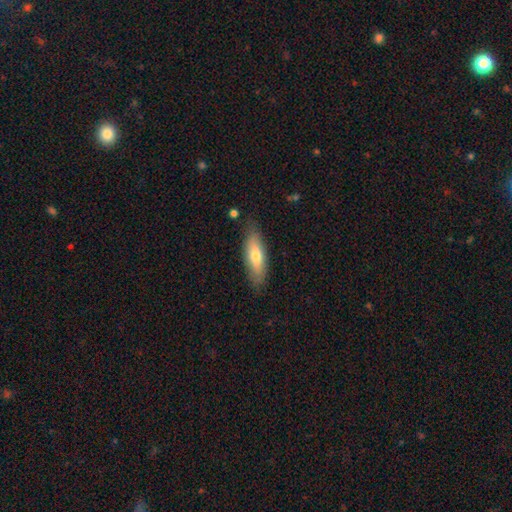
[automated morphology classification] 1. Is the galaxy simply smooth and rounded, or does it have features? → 67% smooth, 27% featured or disk, 6% star or artifact.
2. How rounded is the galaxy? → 49% cigar-shaped (tied), 49% in between (tied), 2% round.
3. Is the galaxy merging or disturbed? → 82% none, 14% minor disturbance, 3% major disturbance, 2% merger.